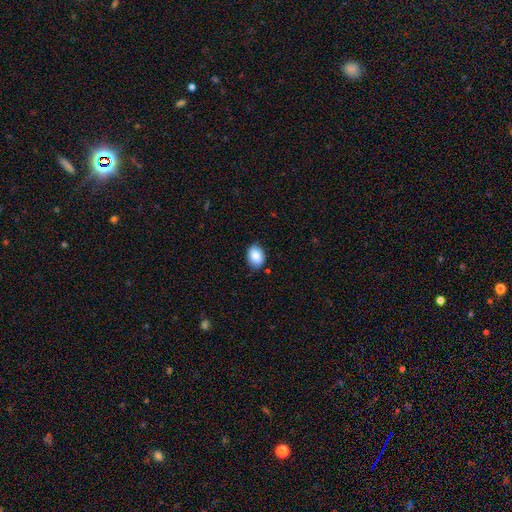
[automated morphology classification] This appears to be a smooth galaxy with no disk features (86%) that is in between round and cigar-shaped (76%). Merging: none (81%).